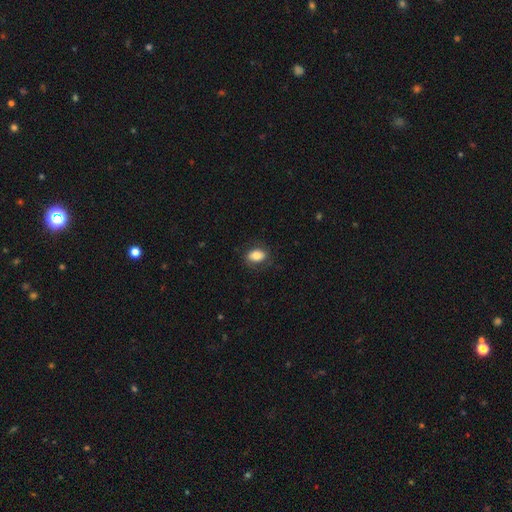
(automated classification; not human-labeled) Morphology: type=smooth (79%); roundness=in between (80%); merging=none (78%).